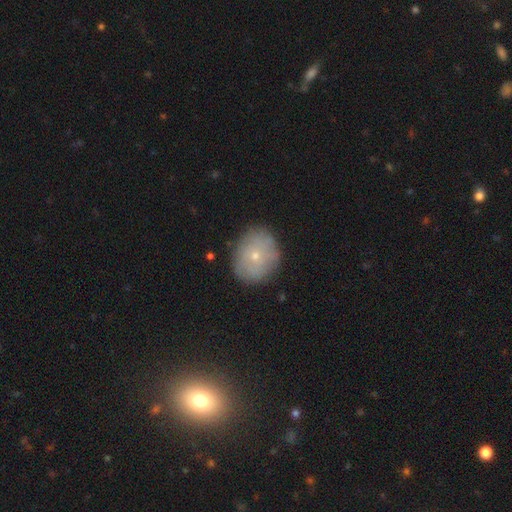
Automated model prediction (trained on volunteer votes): This is likely a smooth galaxy (60%). How rounded: possibly round (53%). Merging: clearly none (81%).